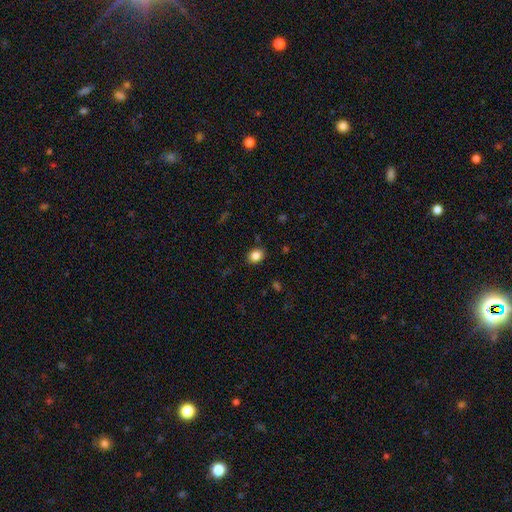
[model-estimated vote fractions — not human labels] Smooth or featured: smooth — 85% (star or artifact — 10%)
How rounded: round — 50% (in between — 49%)
Merging: none — 88% (minor disturbance — 9%)